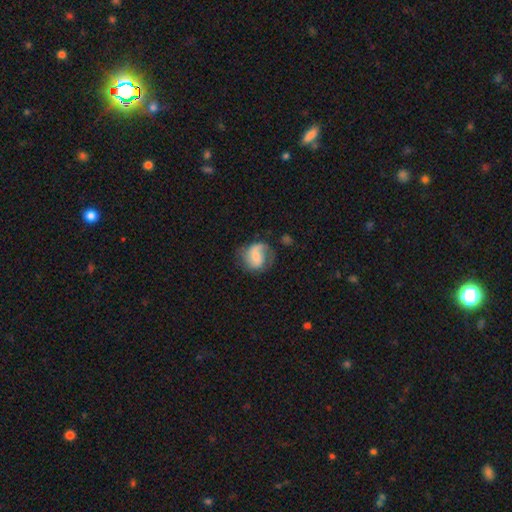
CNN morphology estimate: type=featured or disk (55%); edge-on=no (97%); bar=no (45%); spiral arms=yes (83%); bulge=small (46%); merging=none (50%).